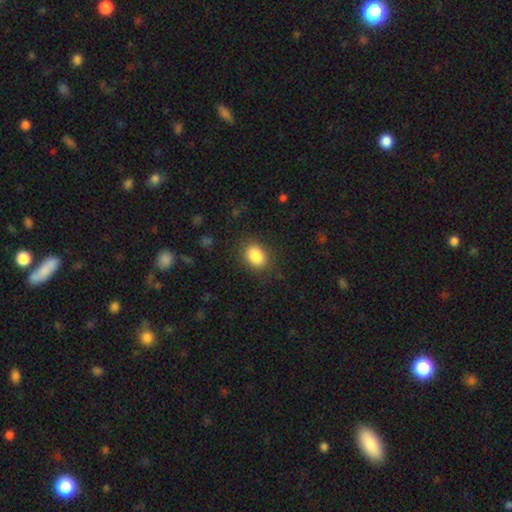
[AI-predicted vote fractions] smooth_or_featured: smooth (p=0.87) [alt: star or artifact p=0.08]
how_rounded: in between (p=0.76) [alt: round p=0.23]
merging: none (p=0.84) [alt: minor disturbance p=0.11]